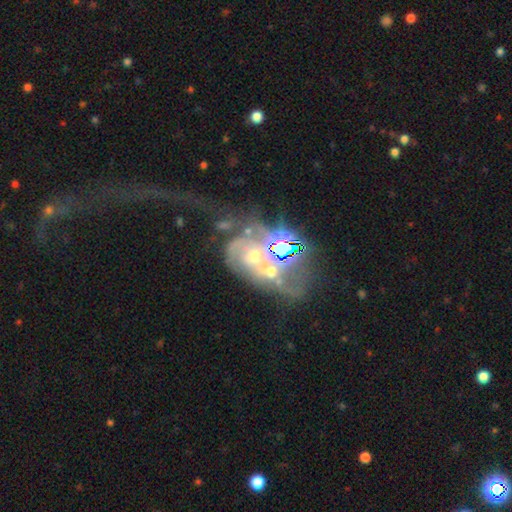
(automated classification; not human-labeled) Morphology: type=featured or disk (66%); edge-on=no (96%); bar=no (77%); spiral arms=yes (62%); bulge=small (43%); merging=merger (39%).